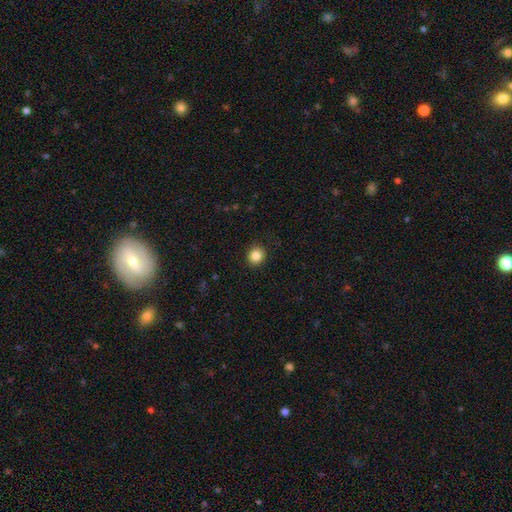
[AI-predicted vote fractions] A smooth galaxy with no disk features (85%) that is round (85%).

Vote fractions:
- Smooth or featured? smooth: 85% / star or artifact: 10% / featured or disk: 5%
- How rounded? round: 85% / in between: 14% / cigar-shaped: 1%
- Merging? none: 90% / minor disturbance: 7% / major disturbance: 2% / merger: 1%